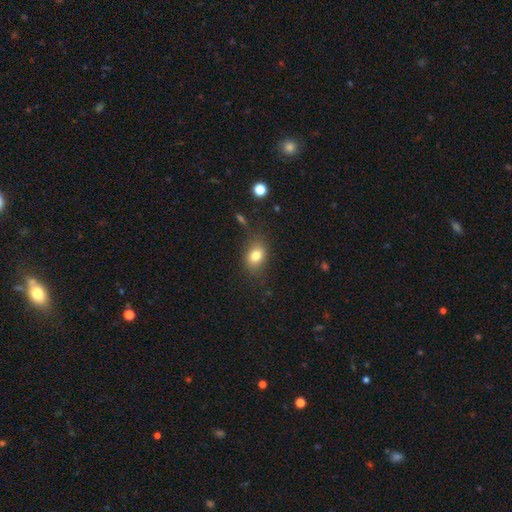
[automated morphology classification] This is likely a smooth galaxy (80%). How rounded: likely in between (71%). Merging: likely none (76%).